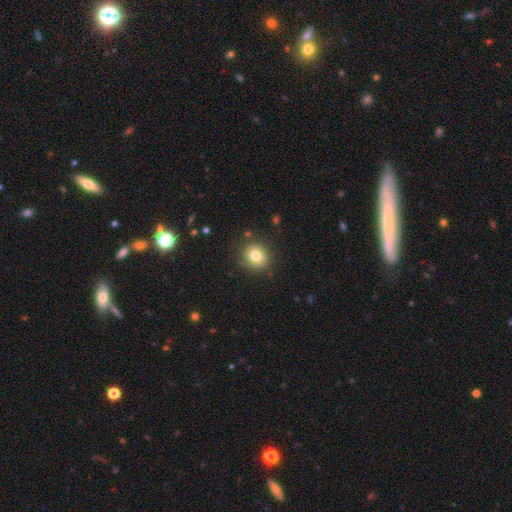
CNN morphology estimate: Smooth or featured? Predicted: smooth (p=0.78). How rounded? Predicted: round (p=0.84). Merging? Predicted: none (p=0.87).